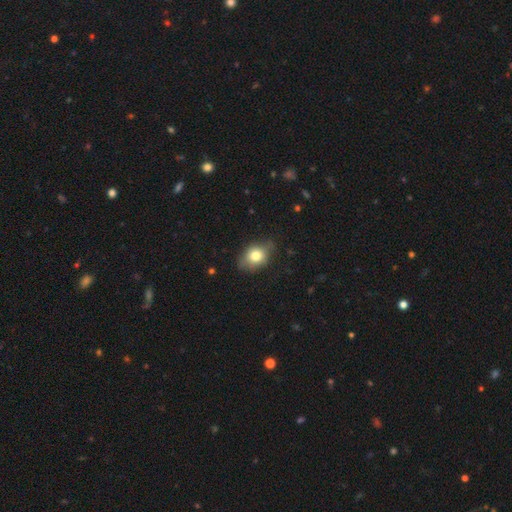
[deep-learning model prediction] Smooth or featured? smooth (76%)
How rounded? in between (64%)
Merging? none (70%)